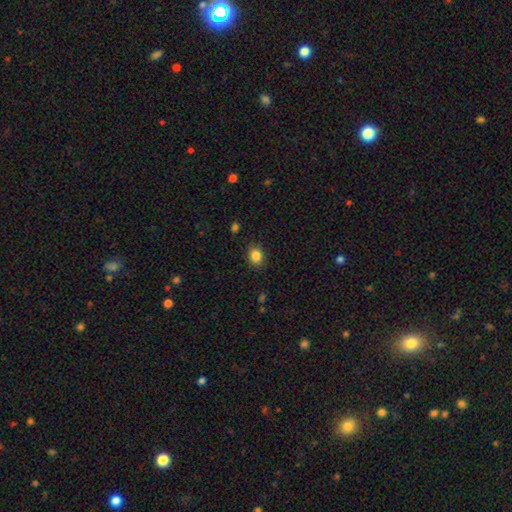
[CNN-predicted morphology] A smooth galaxy with no disk features (85%) that is in between round and cigar-shaped (52%). Merging: none (88%).